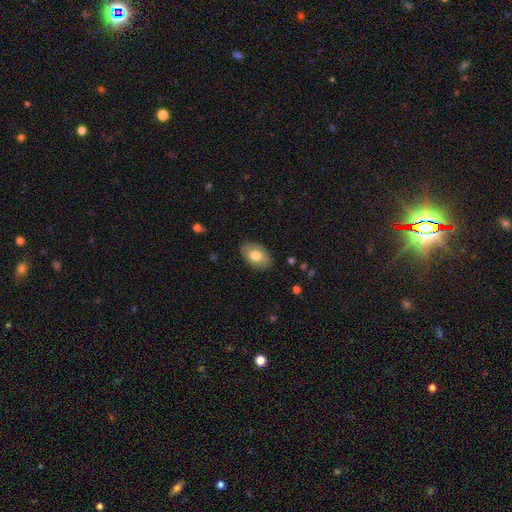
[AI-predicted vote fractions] Smooth or featured: smooth — 76% (featured or disk — 17%)
How rounded: in between — 88% (round — 11%)
Merging: none — 85% (minor disturbance — 11%)